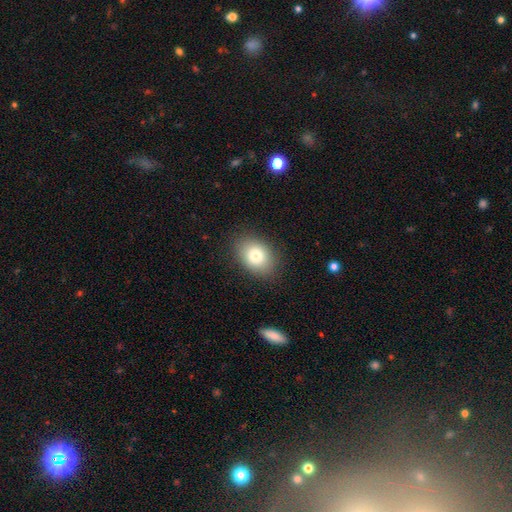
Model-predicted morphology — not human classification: Smooth or featured? smooth (80%)
How rounded? in between (69%)
Merging? none (86%)